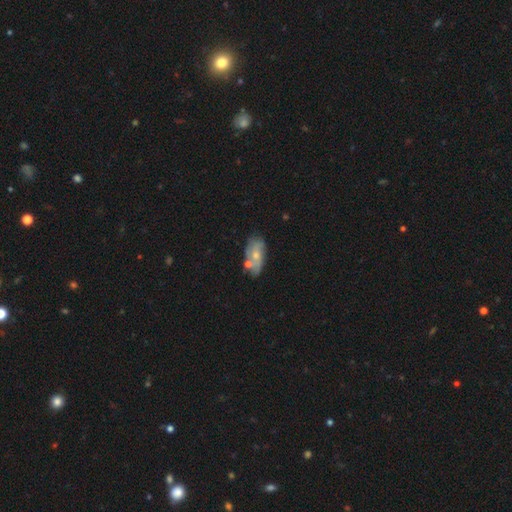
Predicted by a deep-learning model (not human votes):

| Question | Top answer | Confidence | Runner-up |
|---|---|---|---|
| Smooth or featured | featured or disk | 56% | smooth (37%) |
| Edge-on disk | no | 92% | yes (8%) |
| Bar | no | 76% | weak (21%) |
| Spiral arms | yes | 65% | no (35%) |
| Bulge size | small | 49% | moderate (45%) |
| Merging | none | 53% | minor disturbance (23%) |